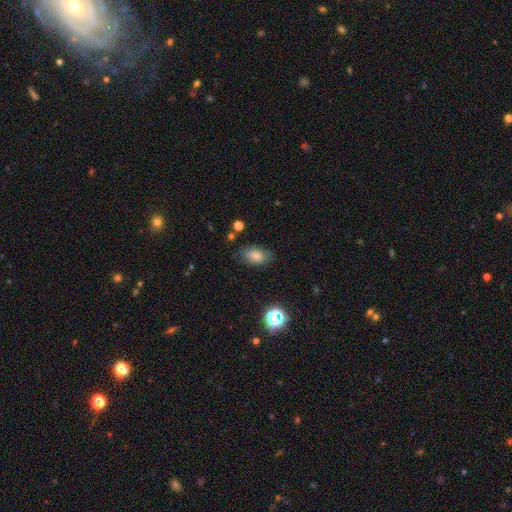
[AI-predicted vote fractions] A smooth galaxy with no disk features (77%) that is in between round and cigar-shaped (89%). Merging: none (75%).